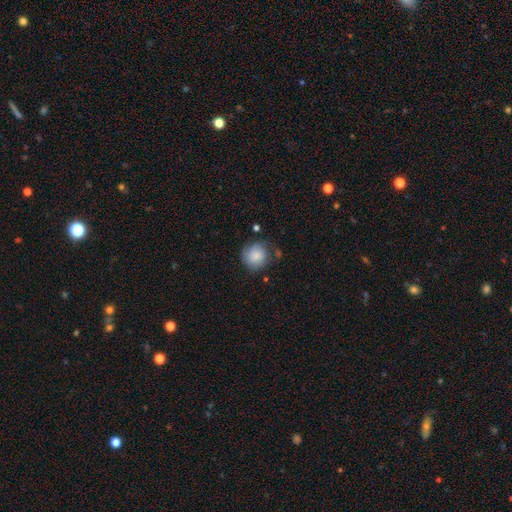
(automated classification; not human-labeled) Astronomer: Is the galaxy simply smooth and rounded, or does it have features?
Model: smooth — 81%.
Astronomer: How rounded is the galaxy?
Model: round — 89%.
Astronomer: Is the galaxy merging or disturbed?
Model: none — 66%.